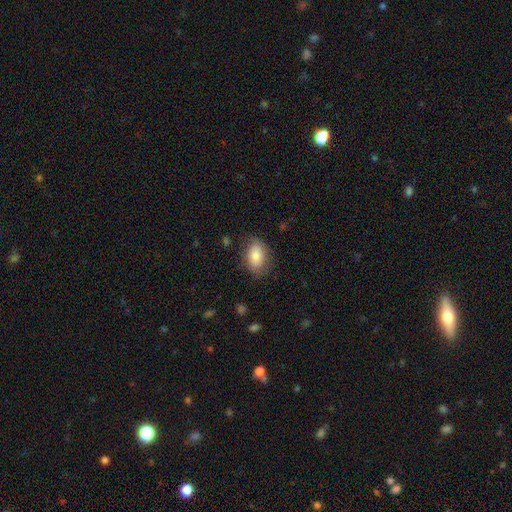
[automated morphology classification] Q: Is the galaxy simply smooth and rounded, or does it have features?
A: smooth — 78%.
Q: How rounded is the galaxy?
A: in between — 85%.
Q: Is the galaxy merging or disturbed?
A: none — 74%.